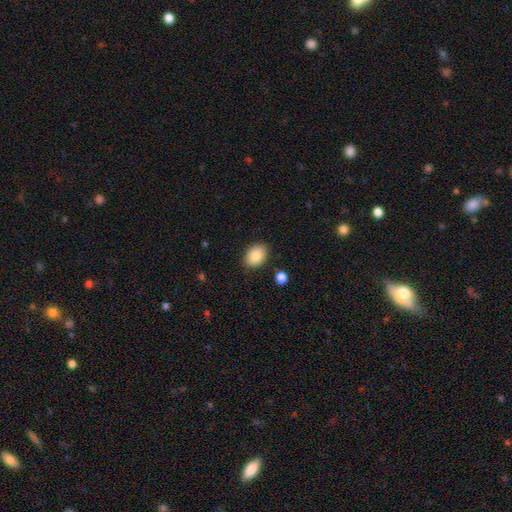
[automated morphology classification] smooth-or-featured: smooth: 86% | star or artifact: 7% | featured or disk: 7%
  how-rounded: in between: 75% | round: 24% | cigar-shaped: 1%
  merging: none: 86% | minor disturbance: 9% | major disturbance: 2% | merger: 2%